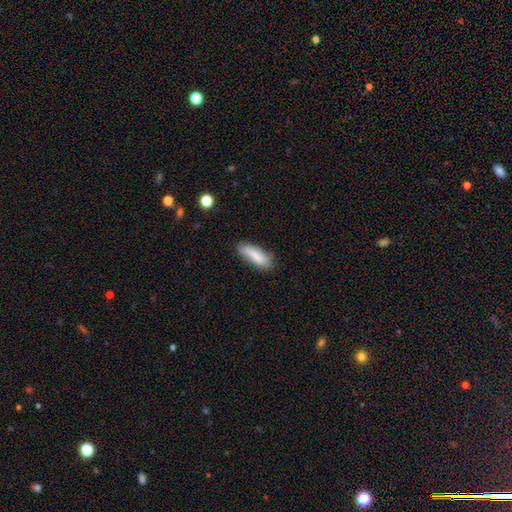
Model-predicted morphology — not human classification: This is clearly a smooth galaxy (84%). How rounded: possibly cigar-shaped (50%). Merging: likely none (78%).